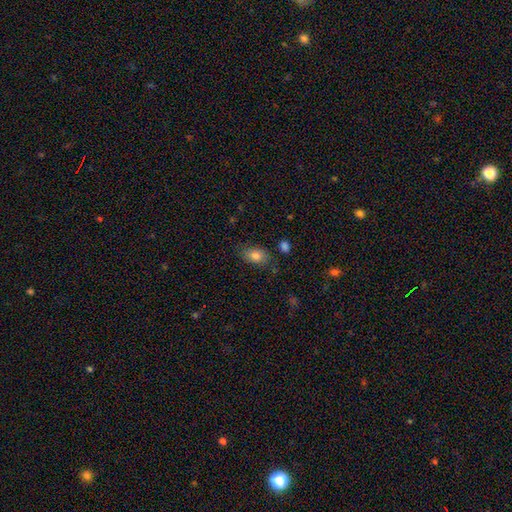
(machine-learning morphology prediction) The model was most divided on "merging": none: 76%, minor disturbance: 17%, major disturbance: 4%, merger: 3%. More confident: how rounded — in between (85%); smooth or featured — smooth (82%).